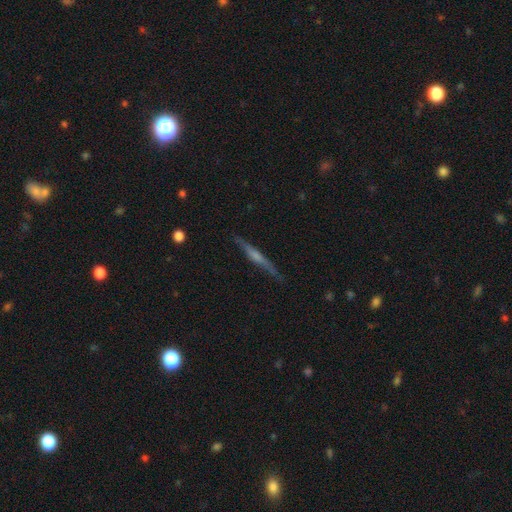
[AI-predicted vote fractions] This is likely a featured or disk galaxy (68%). It is clearly viewed edge-on (97%). Edge-on bulge: possibly rounded (53%). Merging: clearly none (86%).